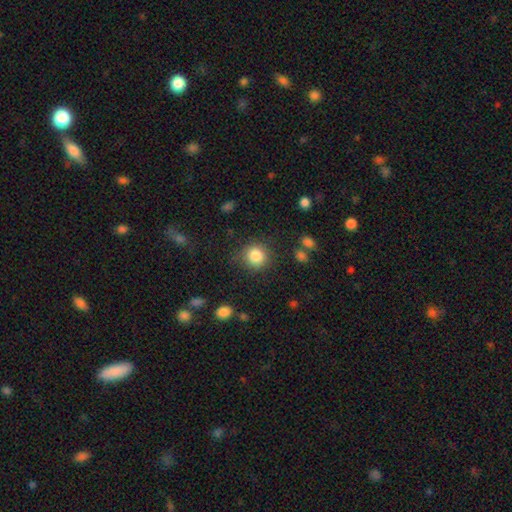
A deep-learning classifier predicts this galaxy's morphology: smooth 85%, star or artifact 10%, featured or disk 5%. Down the decision tree: how rounded — round (90%); merging — none (82%).